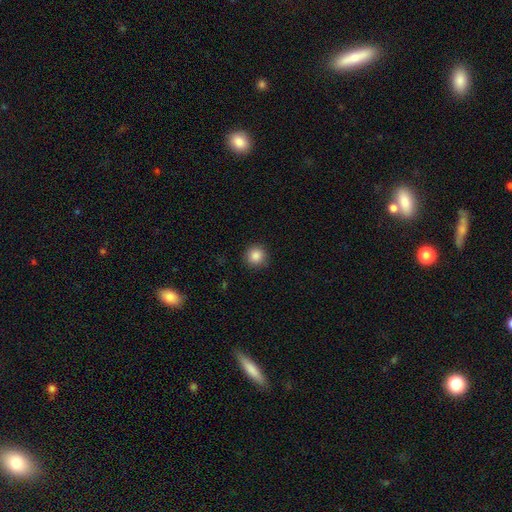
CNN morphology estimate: Smooth or featured?
  - smooth: 87% *
  - star or artifact: 10%
  - featured or disk: 4%
How rounded?
  - round: 95% *
  - in between: 5%
  - cigar-shaped: 1%
Merging?
  - none: 89% *
  - minor disturbance: 8%
  - major disturbance: 2%
  - merger: 1%